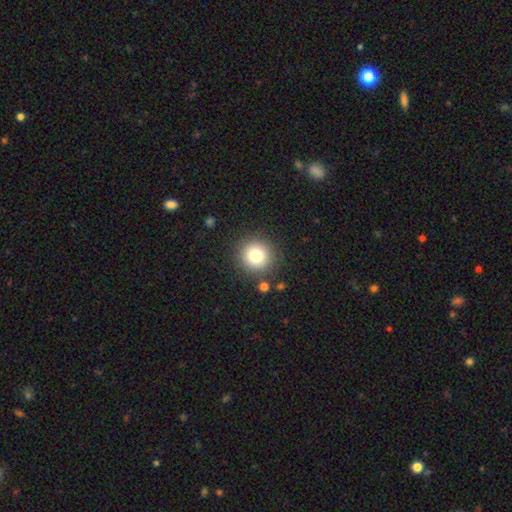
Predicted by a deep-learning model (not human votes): A smooth galaxy with no disk features (79%) that is round (94%). Merging: none (87%).